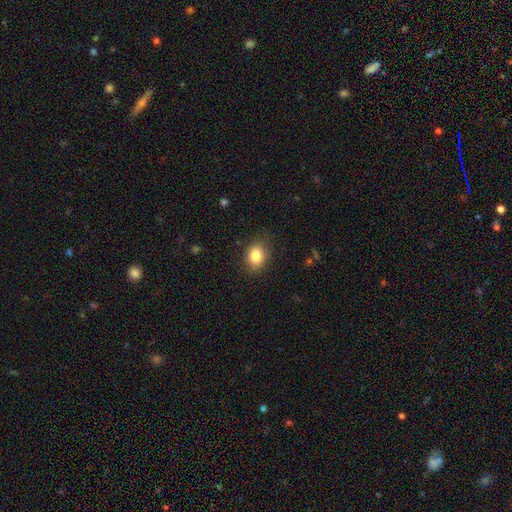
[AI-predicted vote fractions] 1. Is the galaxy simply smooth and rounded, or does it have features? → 84% smooth, 9% star or artifact, 7% featured or disk.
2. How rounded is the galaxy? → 58% in between, 41% round, 1% cigar-shaped.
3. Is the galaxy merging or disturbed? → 82% none, 13% minor disturbance, 4% major disturbance, 1% merger.